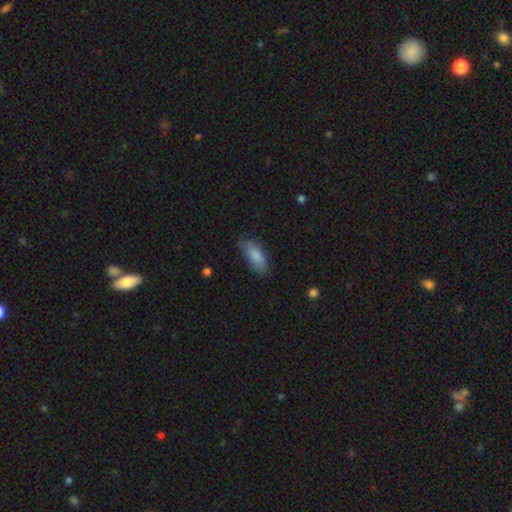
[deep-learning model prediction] Morphology: type=smooth (84%); roundness=in between (82%); merging=none (62%).